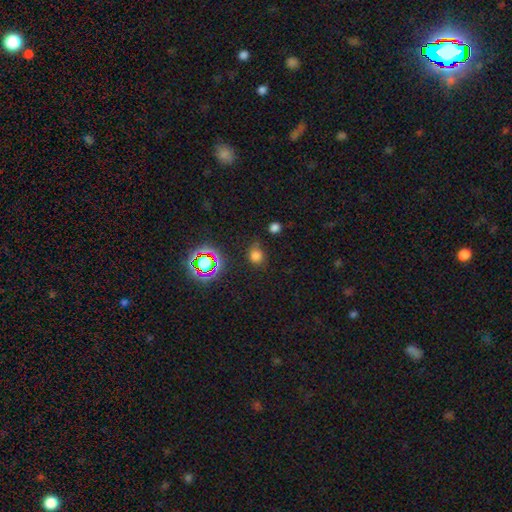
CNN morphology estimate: smooth-or-featured: smooth: 69% | star or artifact: 24% | featured or disk: 7%
  how-rounded: round: 74% | in between: 24% | cigar-shaped: 1%
  merging: none: 69% | minor disturbance: 20% | major disturbance: 7% | merger: 4%